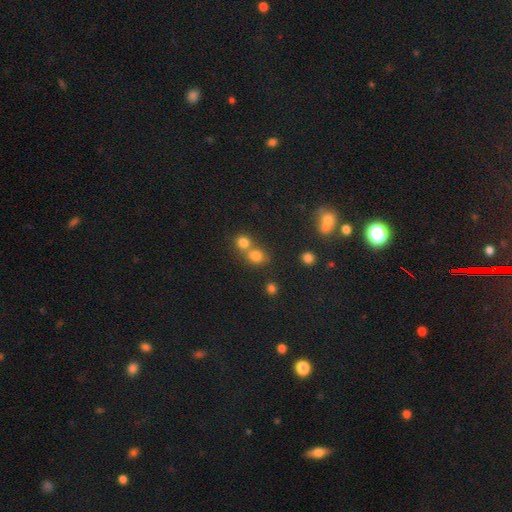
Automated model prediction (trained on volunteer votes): This is likely a smooth galaxy (76%). How rounded: likely round (77%). Merging: possibly merger (48%).